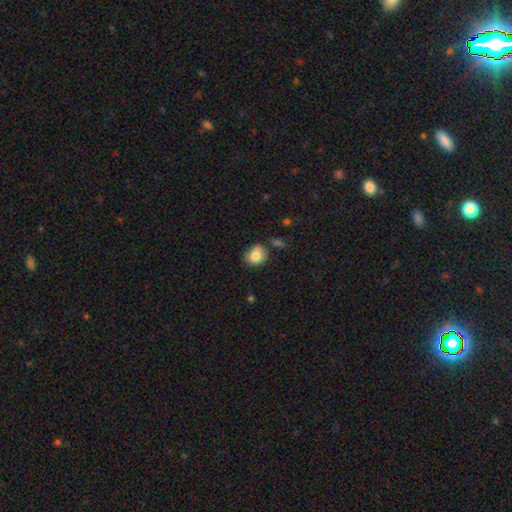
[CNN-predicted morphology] A smooth galaxy with no disk features (82%) that is round (70%). Merging: none (66%).